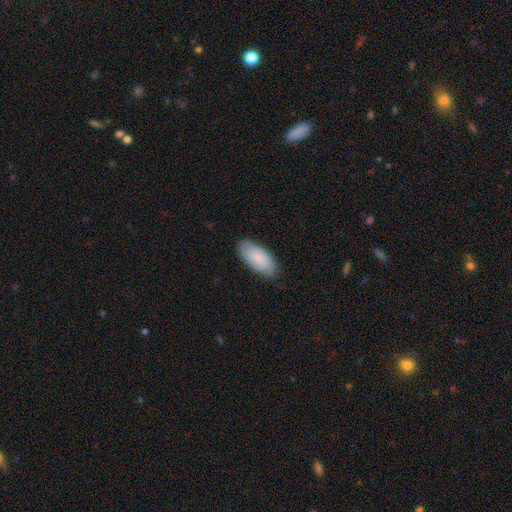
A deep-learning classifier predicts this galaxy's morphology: Smooth or featured: smooth — 83% (featured or disk — 12%)
How rounded: in between — 92% (cigar-shaped — 7%)
Merging: none — 81% (minor disturbance — 15%)